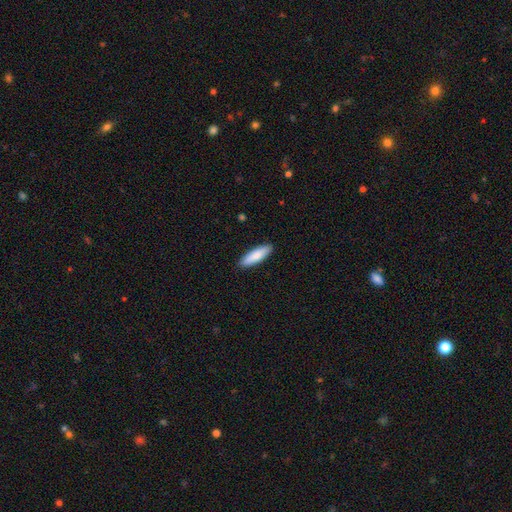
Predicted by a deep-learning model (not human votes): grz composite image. It shows a smooth galaxy with no disk features (85%) that is cigar-shaped (59%). Merging: none (91%).